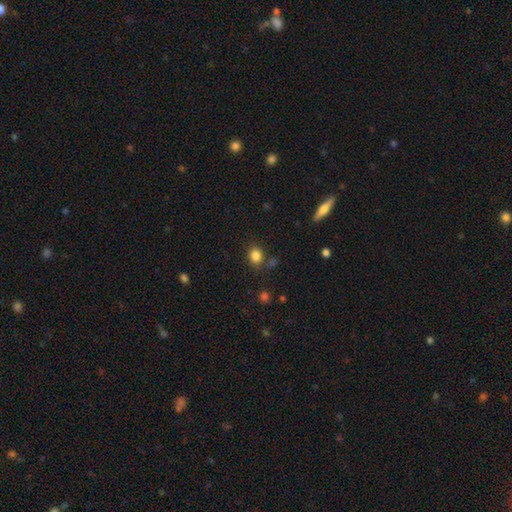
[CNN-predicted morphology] The model was most divided on "how rounded": round: 61%, in between: 38%, cigar-shaped: 1%. More confident: smooth or featured — smooth (84%); merging — none (77%).